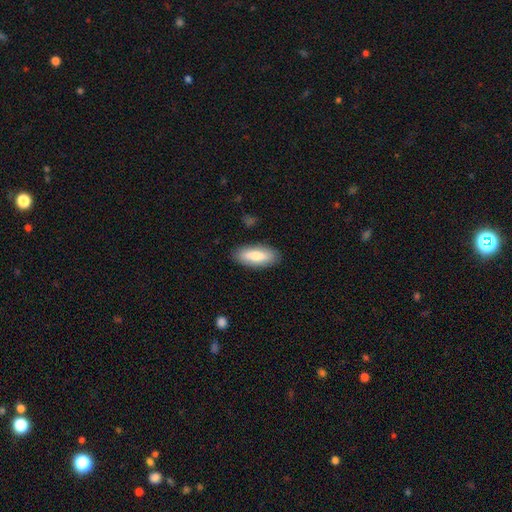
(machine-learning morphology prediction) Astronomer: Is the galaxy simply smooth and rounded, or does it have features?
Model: smooth — 77%.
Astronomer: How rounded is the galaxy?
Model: in between — 78%.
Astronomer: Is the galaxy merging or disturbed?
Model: none — 87%.